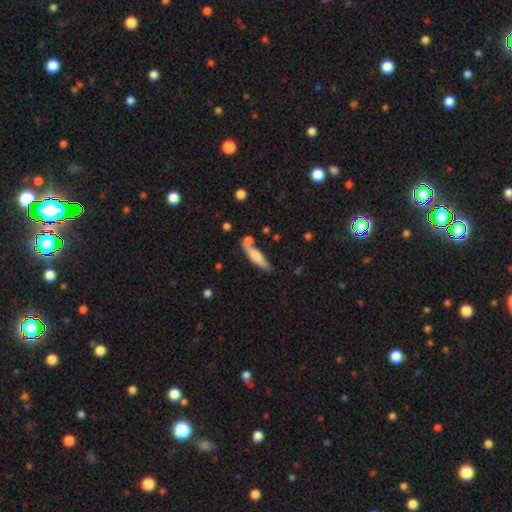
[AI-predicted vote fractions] Smooth or featured: smooth — 67% (featured or disk — 27%)
How rounded: cigar-shaped — 76% (in between — 22%)
Merging: none — 61% (merger — 17%)